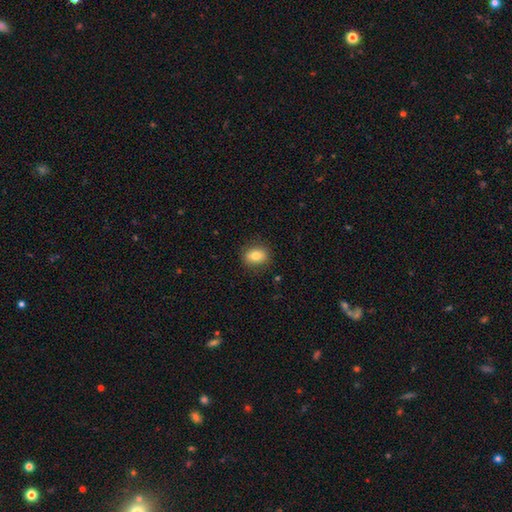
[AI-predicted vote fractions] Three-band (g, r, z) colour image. It shows a smooth galaxy with no disk features (79%) that is in between round and cigar-shaped (55%). Merging: none (86%).